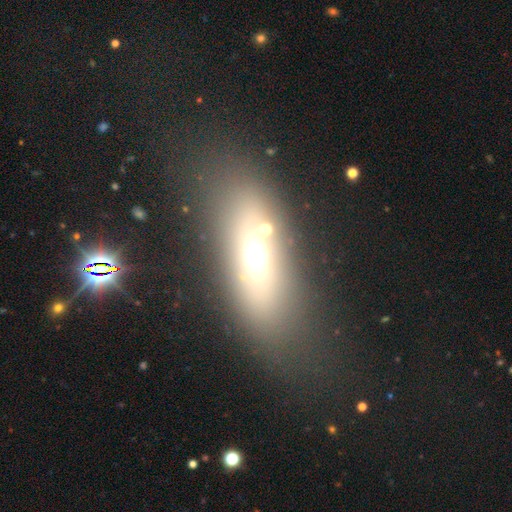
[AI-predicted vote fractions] Q: Smooth or featured?
A: smooth (52%); runner-up: featured or disk (30%)
Q: How rounded?
A: in between (66%); runner-up: cigar-shaped (26%)
Q: Merging?
A: none (68%); runner-up: minor disturbance (14%)